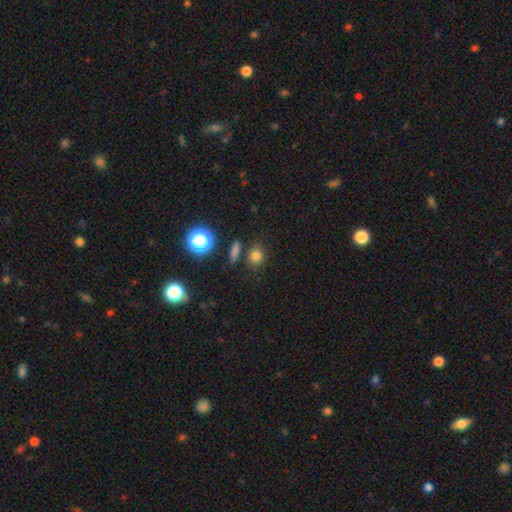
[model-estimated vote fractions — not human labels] Smooth or featured? smooth (77%)
How rounded? round (63%)
Merging? none (79%)